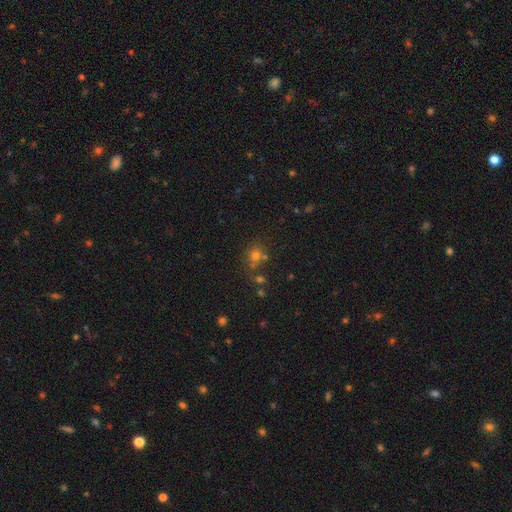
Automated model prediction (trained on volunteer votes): Q: Smooth or featured?
A: smooth (61%); runner-up: star or artifact (29%)
Q: How rounded?
A: round (84%); runner-up: in between (15%)
Q: Merging?
A: none (62%); runner-up: merger (23%)